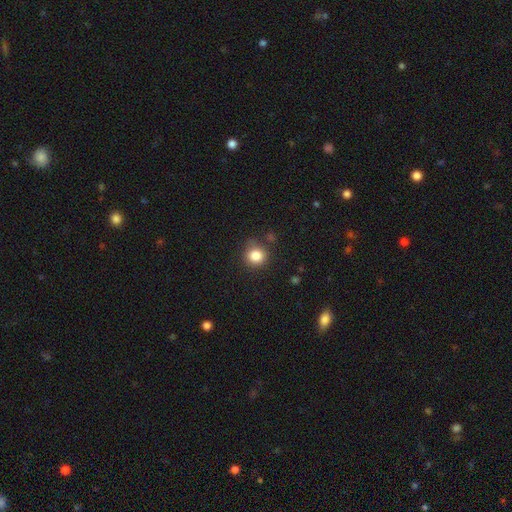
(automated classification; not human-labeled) smooth 83%, star or artifact 12%, featured or disk 5%. Down the decision tree: how rounded — round (89%); merging — none (79%).